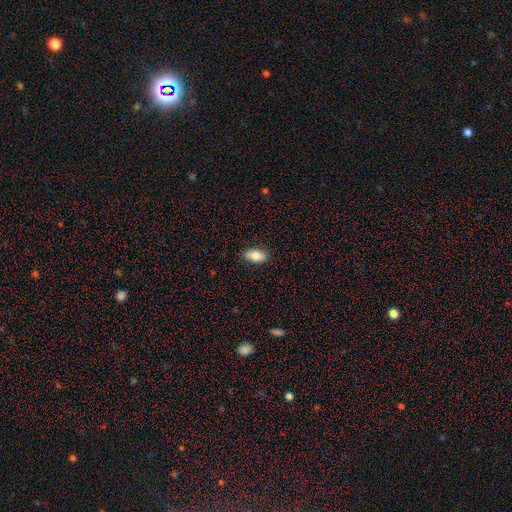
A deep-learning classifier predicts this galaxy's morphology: The model was most divided on "smooth or featured": smooth: 79%, featured or disk: 14%, star or artifact: 7%. More confident: how rounded — in between (92%); merging — none (87%).